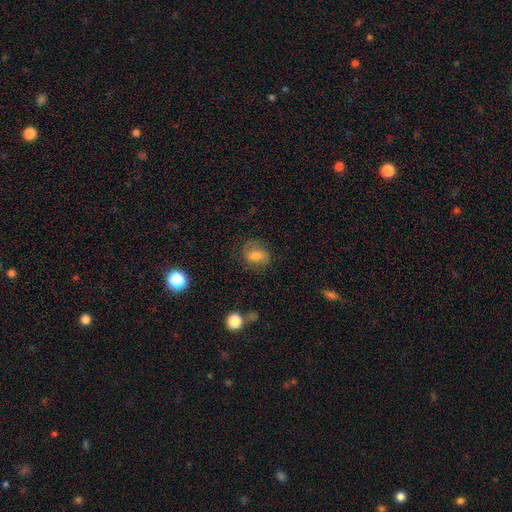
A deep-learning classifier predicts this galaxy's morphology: Smooth or featured: smooth — 59% (featured or disk — 30%)
How rounded: in between — 56% (round — 42%)
Merging: none — 66% (minor disturbance — 21%)